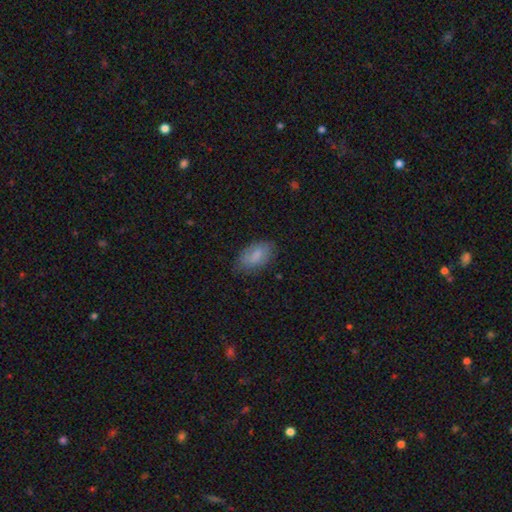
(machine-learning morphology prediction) smooth-or-featured: smooth: 78% | featured or disk: 15% | star or artifact: 7%
  how-rounded: in between: 93% | round: 4% | cigar-shaped: 3%
  merging: none: 72% | minor disturbance: 22% | major disturbance: 5% | merger: 1%